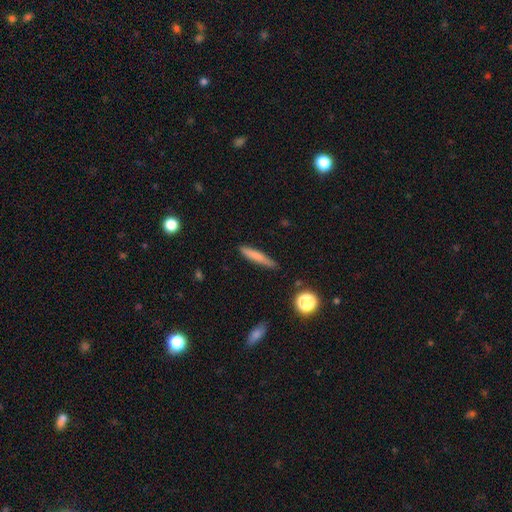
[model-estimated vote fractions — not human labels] Smooth or featured? Predicted: smooth (p=0.74). How rounded? Predicted: cigar-shaped (p=0.91). Merging? Predicted: none (p=0.82).